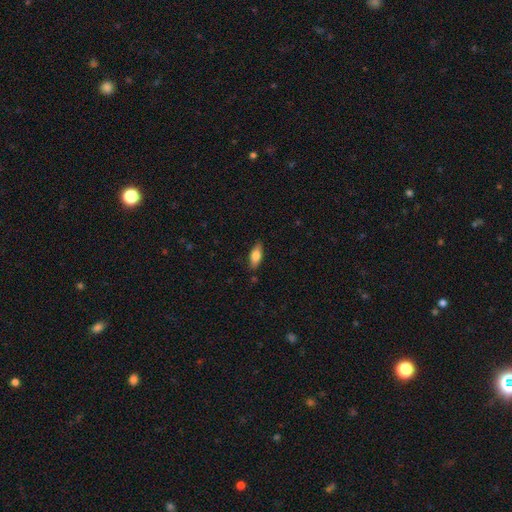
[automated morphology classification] This appears to be a smooth galaxy with no disk features (77%) that is in between round and cigar-shaped (74%). Merging: none (84%).